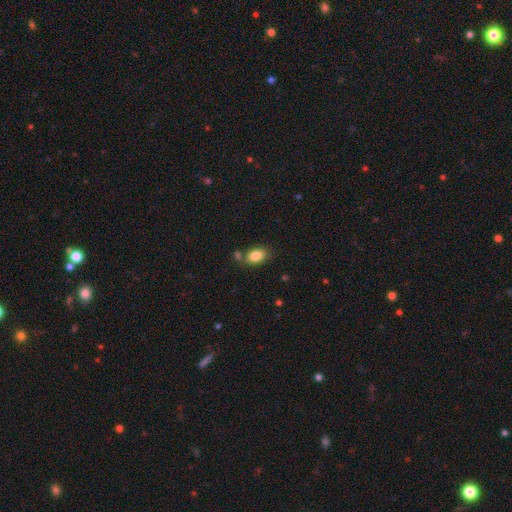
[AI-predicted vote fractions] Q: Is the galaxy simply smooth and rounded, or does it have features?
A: smooth — 85%.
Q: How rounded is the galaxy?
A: in between — 85%.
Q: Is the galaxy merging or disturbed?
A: none — 69%.